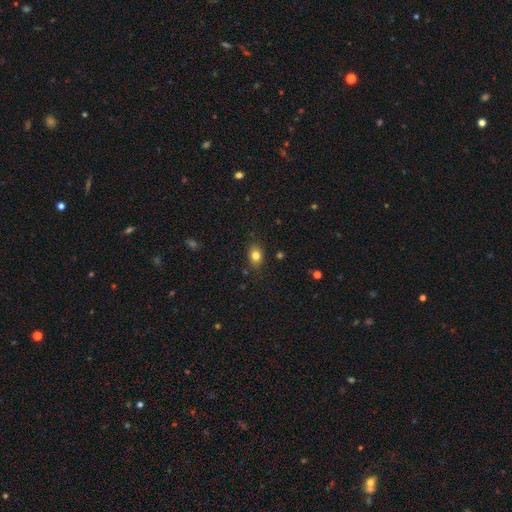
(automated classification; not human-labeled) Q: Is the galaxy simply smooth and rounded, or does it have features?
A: smooth — 81%.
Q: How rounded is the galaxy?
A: in between — 71%.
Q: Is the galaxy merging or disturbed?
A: none — 83%.